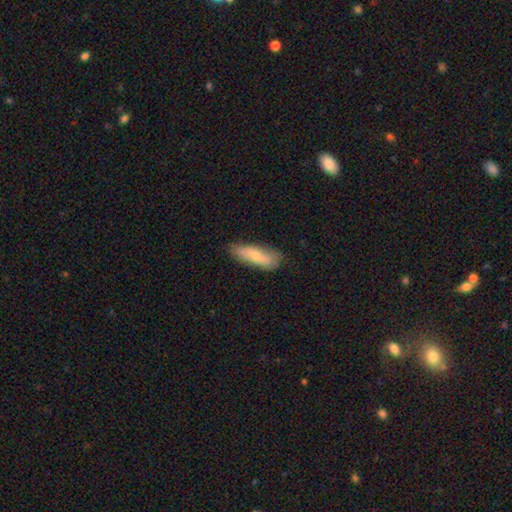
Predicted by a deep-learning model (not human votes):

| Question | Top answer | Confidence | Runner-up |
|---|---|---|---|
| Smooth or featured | smooth | 67% | featured or disk (27%) |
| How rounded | in between | 57% | cigar-shaped (41%) |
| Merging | none | 69% | minor disturbance (24%) |